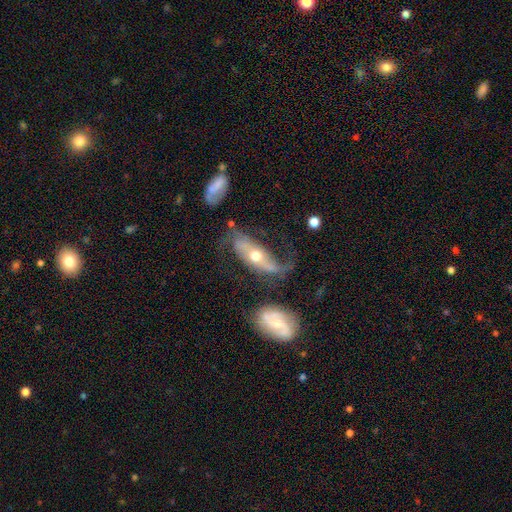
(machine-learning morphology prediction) Smooth or featured? Predicted: featured or disk (p=0.78). Edge-on disk? Predicted: no (p=0.83). Bar? Predicted: no (p=0.49). Spiral arms? Predicted: yes (p=0.86). Spiral winding? Predicted: loose (p=0.64). Spiral arm count? Predicted: 2 (p=0.79). Bulge size? Predicted: moderate (p=0.66). Merging? Predicted: none (p=0.41).